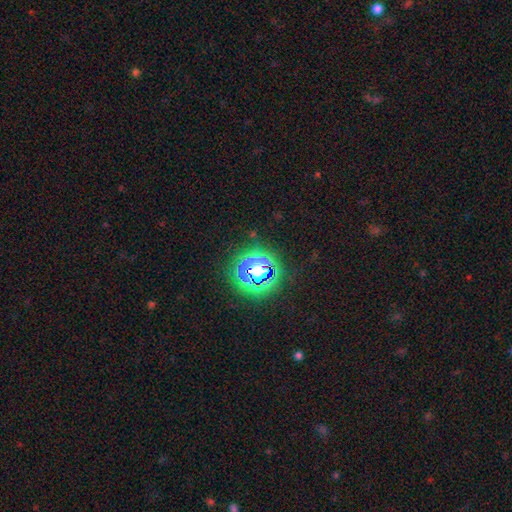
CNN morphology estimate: type=star or artifact (79%).